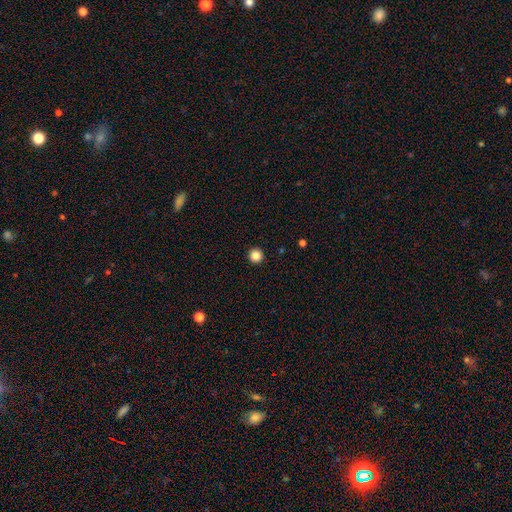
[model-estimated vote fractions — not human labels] A smooth galaxy with no disk features (86%) that is round (97%). Merging: none (94%).